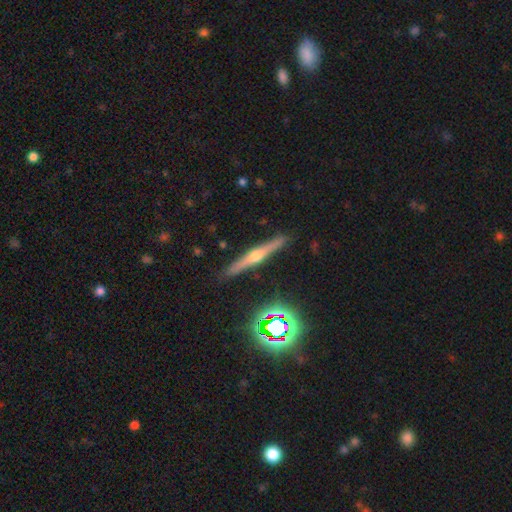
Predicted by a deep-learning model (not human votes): Smooth or featured? Predicted: featured or disk (p=0.70). Edge-on disk? Predicted: yes (p=0.97). Edge-on bulge? Predicted: rounded (p=0.91). Merging? Predicted: none (p=0.90).